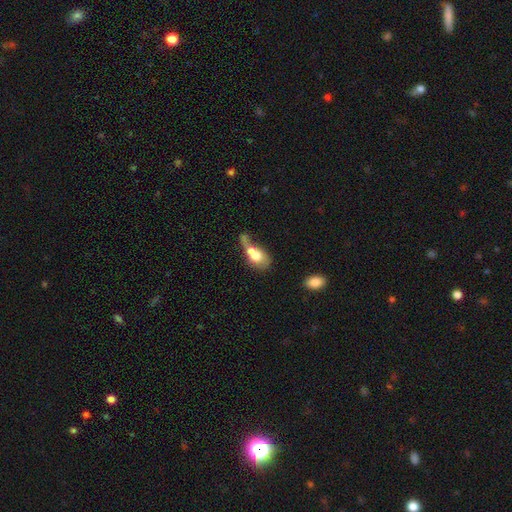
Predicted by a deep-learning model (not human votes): A smooth galaxy with no disk features (63%) that is in between round and cigar-shaped (67%).

Vote fractions:
- Smooth or featured? smooth: 63% / featured or disk: 28% / star or artifact: 8%
- How rounded? in between: 67% / round: 27% / cigar-shaped: 6%
- Merging? merger: 64% / major disturbance: 14% / none: 13% / minor disturbance: 9%